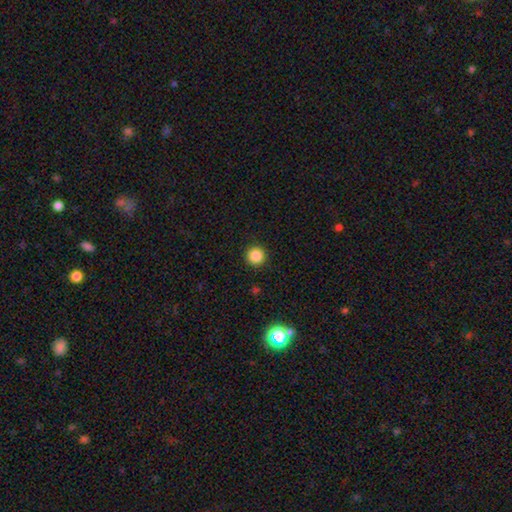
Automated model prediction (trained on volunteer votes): A smooth galaxy with no disk features (86%) that is round (96%). Merging: none (93%).